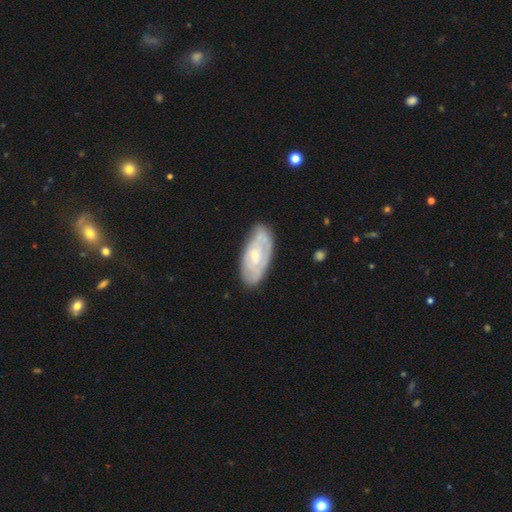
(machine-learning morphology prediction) A featured or disk galaxy (59%) with no bar (67%), spiral arms (59%) and a small central bulge (56%). Merging: none (72%).